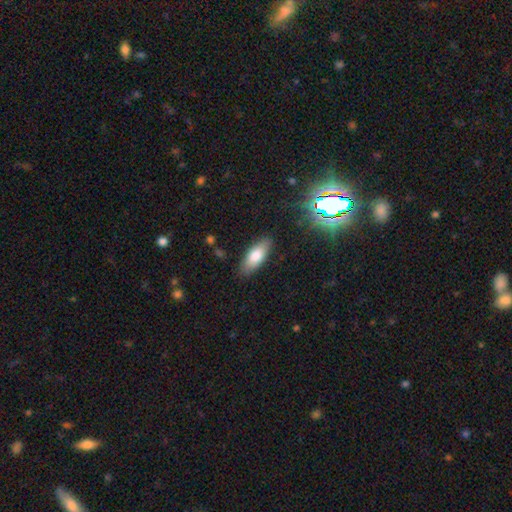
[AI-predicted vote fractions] Smooth or featured?
  - smooth: 78% *
  - featured or disk: 15%
  - star or artifact: 7%
How rounded?
  - in between: 77% *
  - cigar-shaped: 21%
  - round: 2%
Merging?
  - none: 85% *
  - minor disturbance: 11%
  - major disturbance: 2%
  - merger: 1%